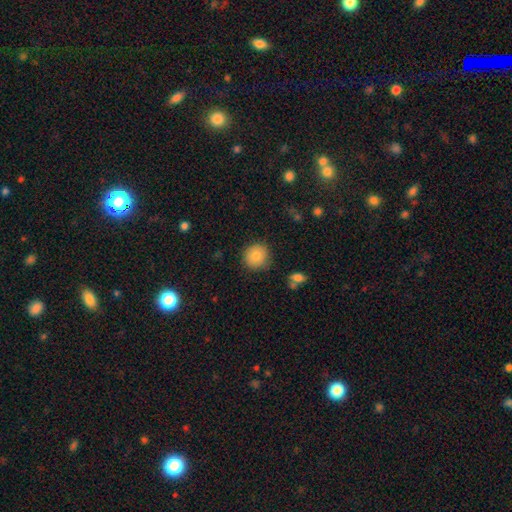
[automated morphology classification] Smooth or featured? Predicted: smooth (p=0.83). How rounded? Predicted: round (p=0.91). Merging? Predicted: none (p=0.87).